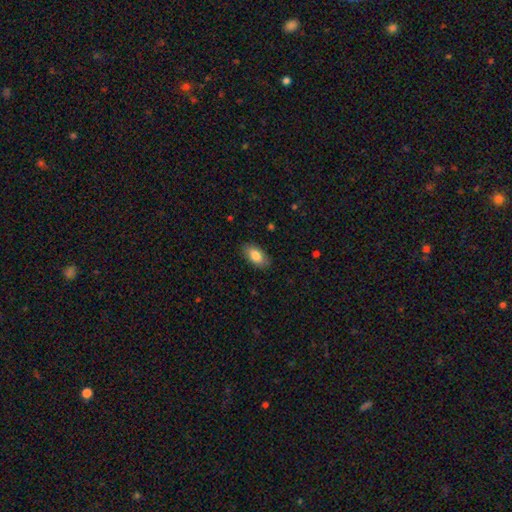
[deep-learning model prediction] A smooth galaxy with no disk features (84%) that is in between round and cigar-shaped (92%).

Vote fractions:
- Smooth or featured? smooth: 84% / featured or disk: 10% / star or artifact: 7%
- How rounded? in between: 92% / cigar-shaped: 5% / round: 3%
- Merging? none: 87% / minor disturbance: 10% / major disturbance: 2% / merger: 1%